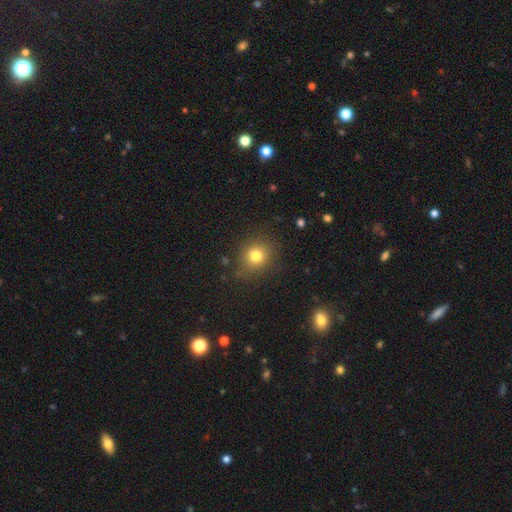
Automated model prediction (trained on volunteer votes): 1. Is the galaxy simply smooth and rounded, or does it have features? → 78% smooth, 14% star or artifact, 8% featured or disk.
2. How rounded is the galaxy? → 80% round, 19% in between, 1% cigar-shaped.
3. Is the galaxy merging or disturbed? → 85% none, 10% minor disturbance, 4% major disturbance, 2% merger.